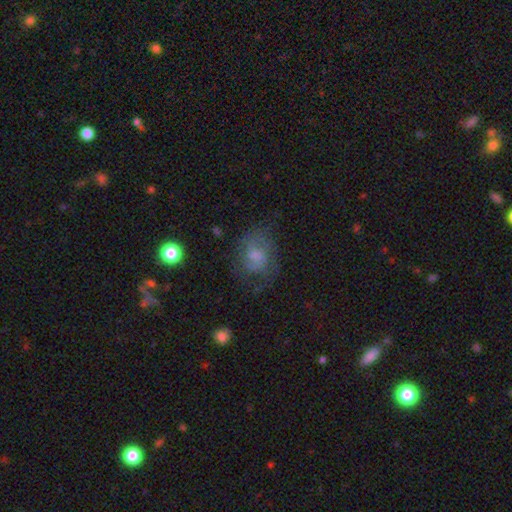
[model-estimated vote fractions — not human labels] smooth-or-featured: featured or disk: 45% | smooth: 40% | star or artifact: 14%
  merging: none: 59% | minor disturbance: 22% | major disturbance: 17% | merger: 2%